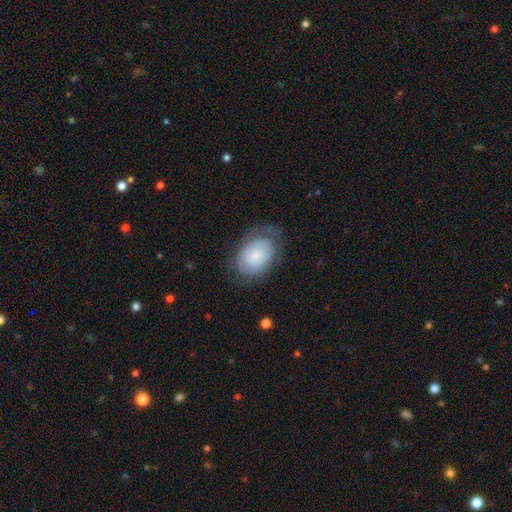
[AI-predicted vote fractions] smooth-or-featured: smooth: 61% | featured or disk: 32% | star or artifact: 7%
  how-rounded: in between: 78% | round: 21% | cigar-shaped: 1%
  merging: none: 57% | minor disturbance: 27% | major disturbance: 15% | merger: 1%